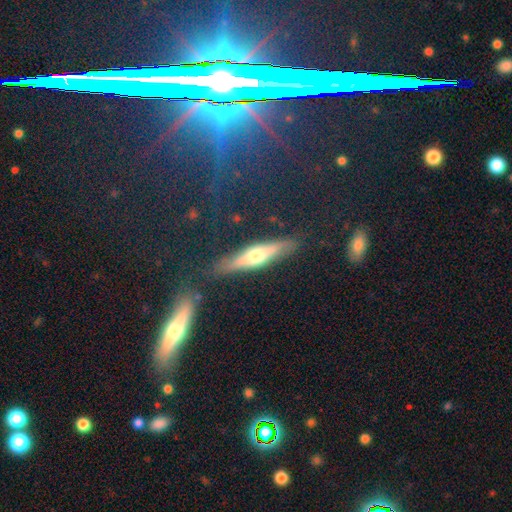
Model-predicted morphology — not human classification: This appears to be a featured or disk galaxy (56%) viewed edge-on (92%) with a rounded central bulge (88%). Merging: none (83%).